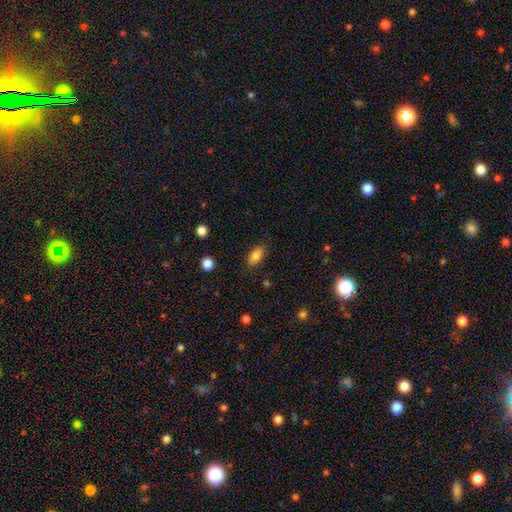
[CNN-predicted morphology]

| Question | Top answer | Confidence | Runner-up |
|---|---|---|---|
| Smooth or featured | smooth | 83% | star or artifact (9%) |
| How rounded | in between | 86% | cigar-shaped (8%) |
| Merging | none | 83% | minor disturbance (12%) |